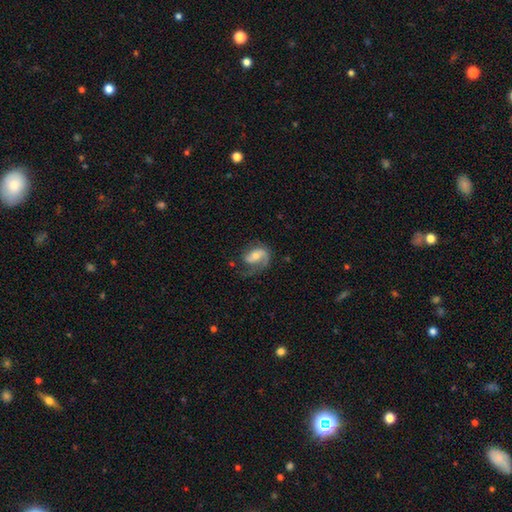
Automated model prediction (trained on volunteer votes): Smooth or featured? Predicted: featured or disk (p=0.75). Edge-on disk? Predicted: no (p=0.97). Bar? Predicted: no (p=0.41). Spiral arms? Predicted: yes (p=0.92). Spiral winding? Predicted: medium (p=0.43). Spiral arm count? Predicted: 2 (p=0.47). Bulge size? Predicted: moderate (p=0.53). Merging? Predicted: none (p=0.49).